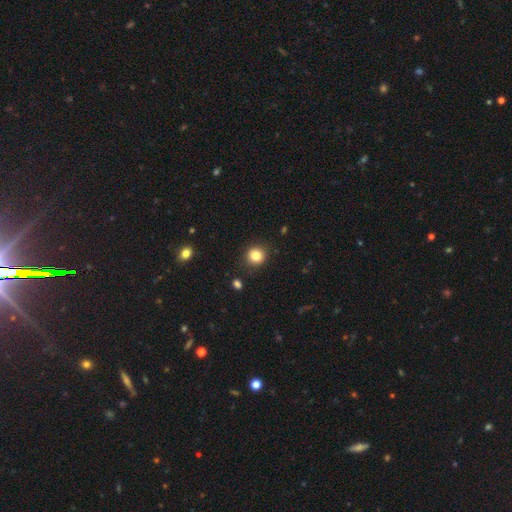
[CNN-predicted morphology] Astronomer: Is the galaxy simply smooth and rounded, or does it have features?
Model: smooth — 83%.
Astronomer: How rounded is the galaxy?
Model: round — 88%.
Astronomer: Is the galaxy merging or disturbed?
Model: none — 89%.